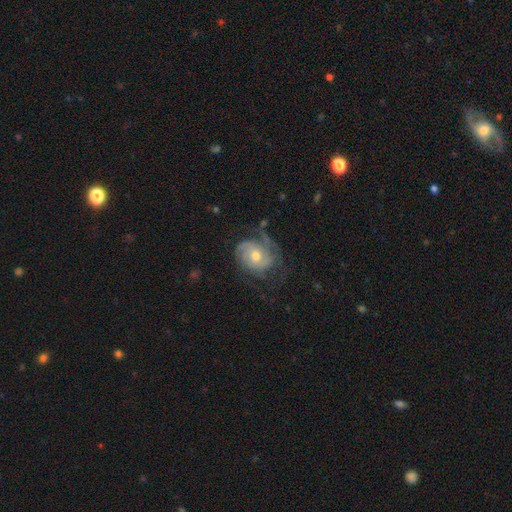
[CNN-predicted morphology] Q: Smooth or featured?
A: featured or disk (79%); runner-up: smooth (14%)
Q: Edge-on disk?
A: no (97%); runner-up: yes (3%)
Q: Bar?
A: no (73%); runner-up: weak (23%)
Q: Spiral arms?
A: yes (92%); runner-up: no (8%)
Q: Spiral winding?
A: tight (56%); runner-up: medium (32%)
Q: Spiral arm count?
A: 2 (34%); runner-up: can't tell (28%)
Q: Bulge size?
A: moderate (69%); runner-up: small (25%)
Q: Merging?
A: none (58%); runner-up: minor disturbance (23%)